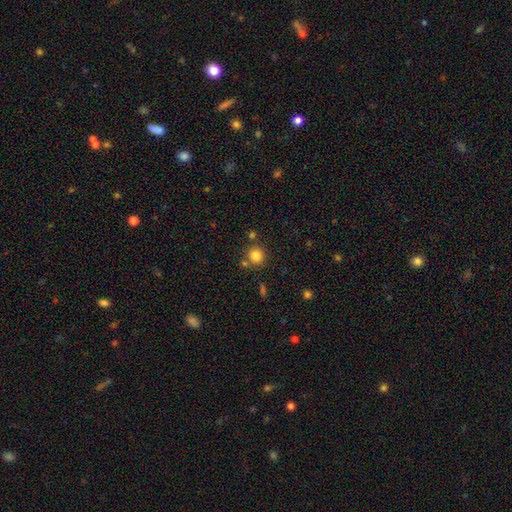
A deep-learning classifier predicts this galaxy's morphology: Smooth or featured? smooth (82%)
How rounded? round (90%)
Merging? none (76%)